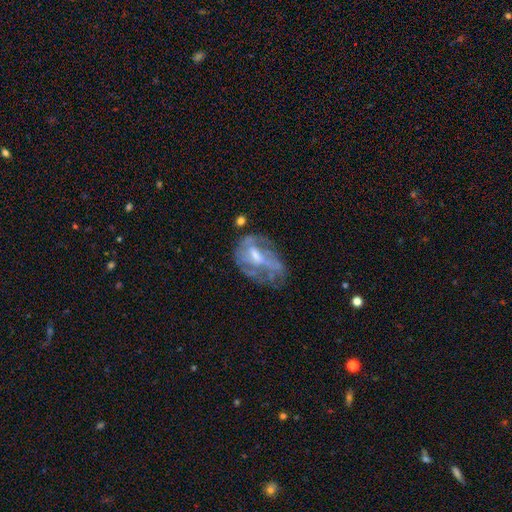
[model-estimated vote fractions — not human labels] Smooth or featured? featured or disk (67%)
Edge-on disk? no (96%)
Bar? no (48%)
Spiral arms? no (55%)
Bulge size? moderate (44%)
Merging? none (37%)